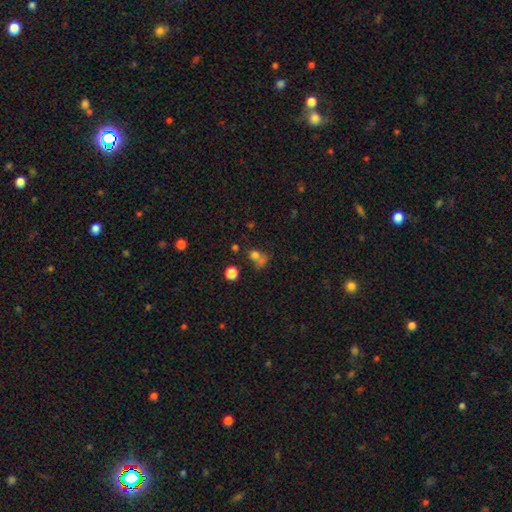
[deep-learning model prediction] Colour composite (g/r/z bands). It shows a smooth galaxy with no disk features (69%) that is round (66%). Merging: merger (45%).